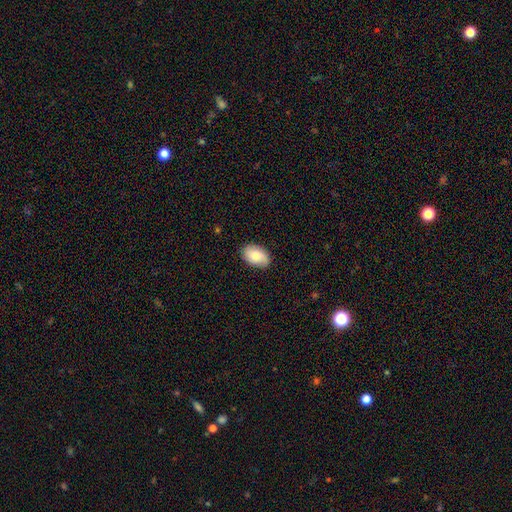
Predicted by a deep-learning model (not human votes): A smooth galaxy with no disk features (77%) that is in between round and cigar-shaped (90%). Merging: none (83%).